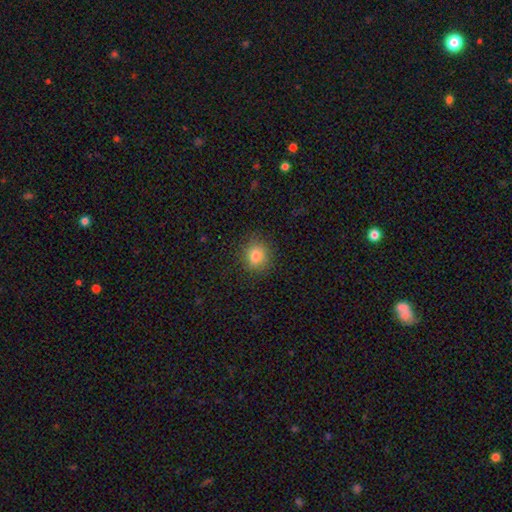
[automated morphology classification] smooth-or-featured: smooth: 83% | star or artifact: 11% | featured or disk: 6%
  how-rounded: round: 71% | in between: 28% | cigar-shaped: 1%
  merging: none: 86% | minor disturbance: 10% | major disturbance: 3% | merger: 1%